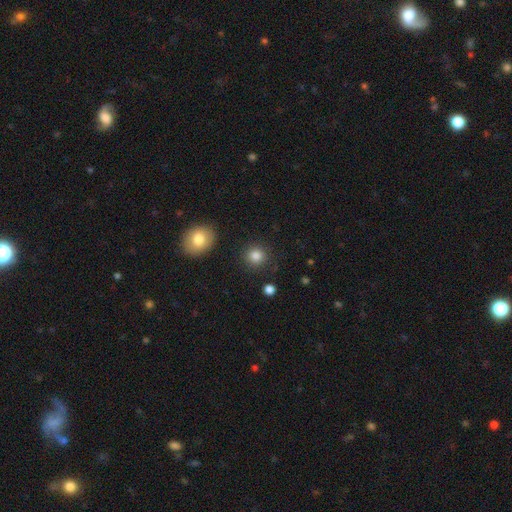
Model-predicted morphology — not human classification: This is clearly a smooth galaxy (85%). How rounded: clearly round (91%). Merging: clearly none (88%).